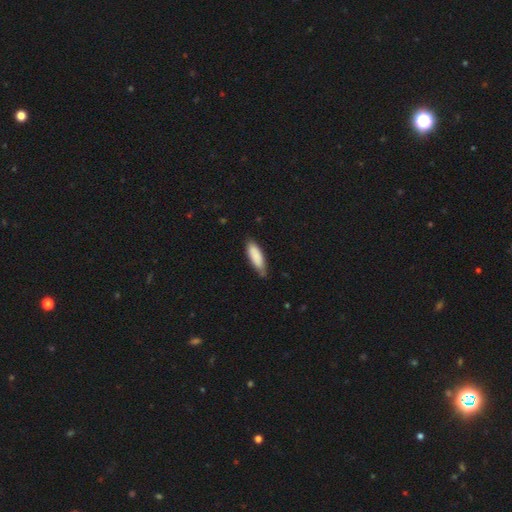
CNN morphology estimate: Smooth or featured? smooth (86%)
How rounded? in between (58%)
Merging? none (68%)